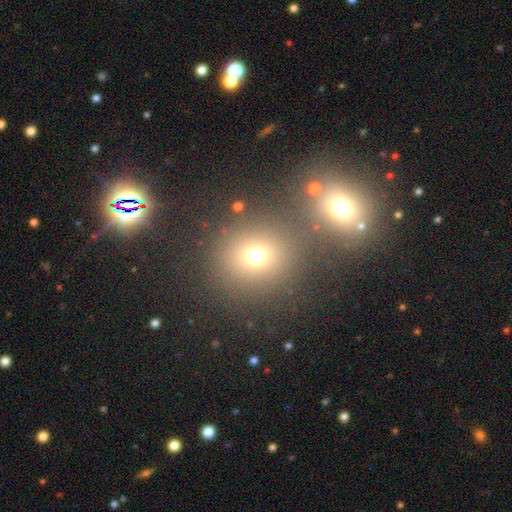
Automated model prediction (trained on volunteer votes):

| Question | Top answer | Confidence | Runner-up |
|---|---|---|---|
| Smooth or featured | smooth | 70% | star or artifact (20%) |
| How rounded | round | 83% | in between (16%) |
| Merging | none | 69% | merger (18%) |